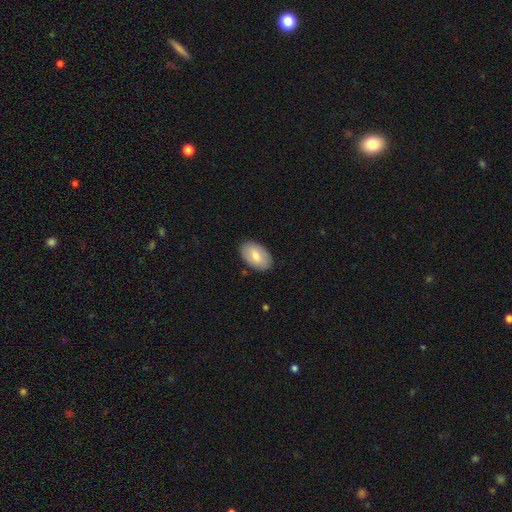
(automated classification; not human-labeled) Smooth or featured? smooth (73%)
How rounded? in between (93%)
Merging? none (87%)